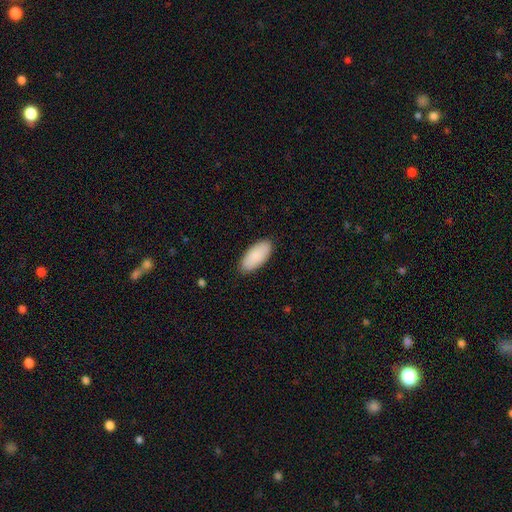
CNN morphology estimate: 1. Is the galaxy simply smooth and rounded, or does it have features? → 89% smooth, 6% featured or disk, 6% star or artifact.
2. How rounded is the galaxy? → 91% in between, 8% cigar-shaped, 2% round.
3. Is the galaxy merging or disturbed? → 88% none, 10% minor disturbance, 2% major disturbance, 1% merger.